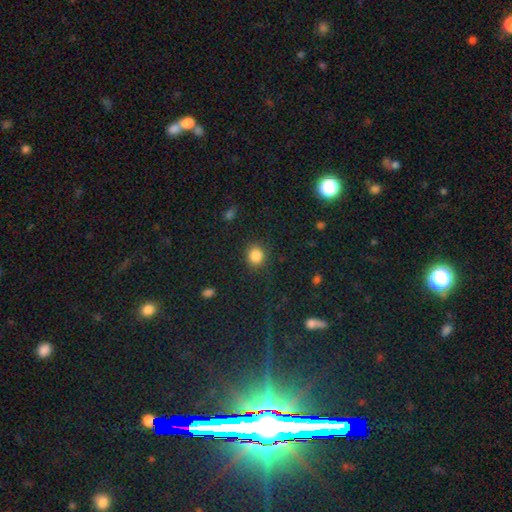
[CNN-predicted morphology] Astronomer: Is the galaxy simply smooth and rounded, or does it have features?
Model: smooth — 84%.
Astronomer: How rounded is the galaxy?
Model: round — 85%.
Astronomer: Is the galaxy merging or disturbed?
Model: none — 87%.